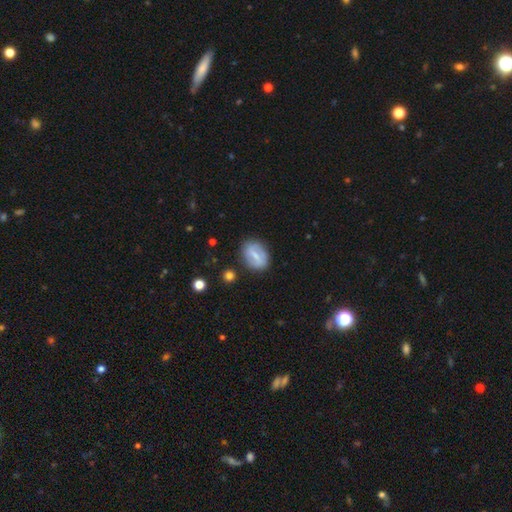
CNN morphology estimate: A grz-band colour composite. It shows a featured or disk galaxy (48%). Merging: none (80%).